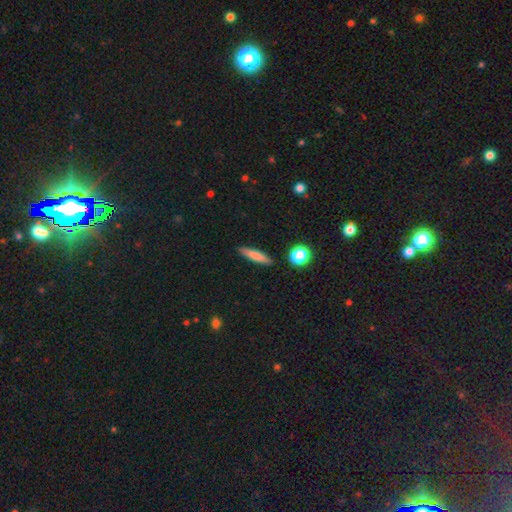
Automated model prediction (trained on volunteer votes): This is likely a smooth galaxy (75%). How rounded: clearly cigar-shaped (81%). Merging: clearly none (89%).